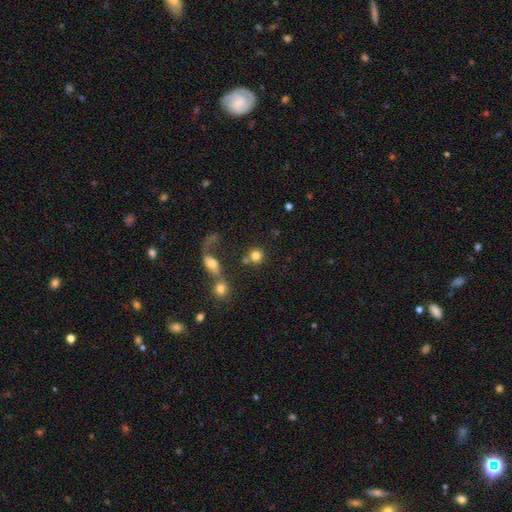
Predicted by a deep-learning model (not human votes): The model was most divided on "merging": none: 60%, merger: 24%, minor disturbance: 9%, major disturbance: 8%. More confident: how rounded — round (90%); smooth or featured — smooth (79%).